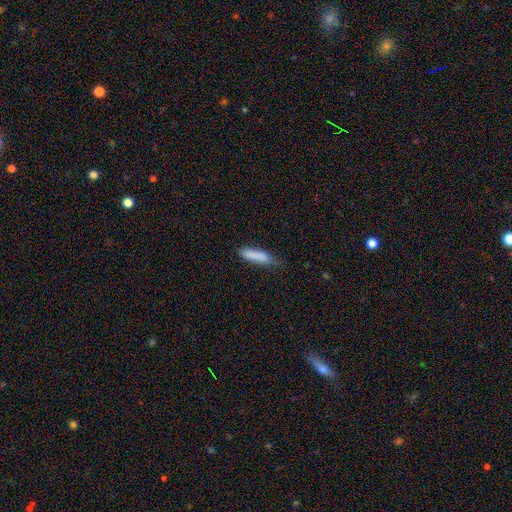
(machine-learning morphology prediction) Smooth or featured? Predicted: smooth (p=0.84). How rounded? Predicted: cigar-shaped (p=0.74). Merging? Predicted: none (p=0.61).